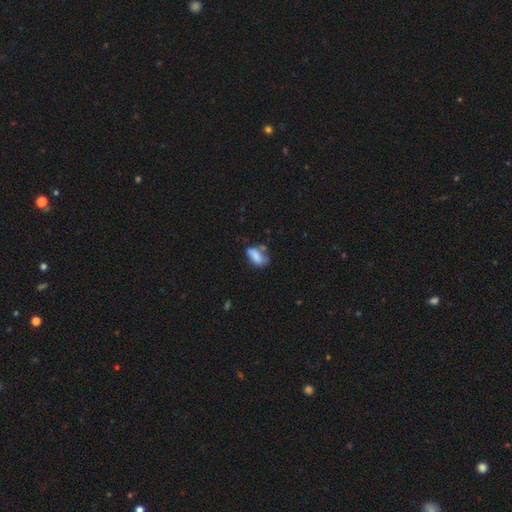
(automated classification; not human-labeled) Morphology: type=smooth (80%); roundness=in between (87%); merging=none (48%).